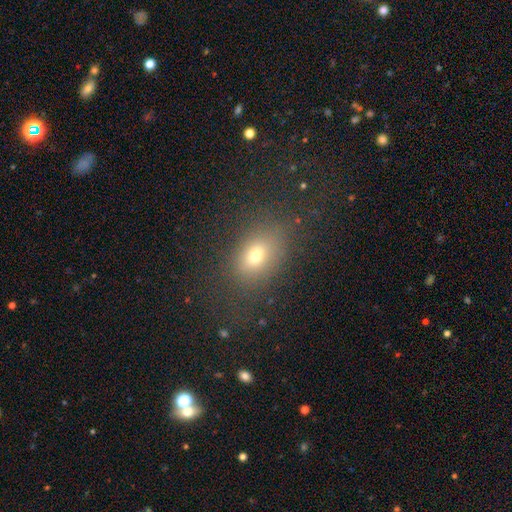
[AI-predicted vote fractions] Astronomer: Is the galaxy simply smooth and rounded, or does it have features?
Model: smooth — 69%.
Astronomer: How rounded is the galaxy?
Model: in between — 74%.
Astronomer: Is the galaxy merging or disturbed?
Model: none — 76%.